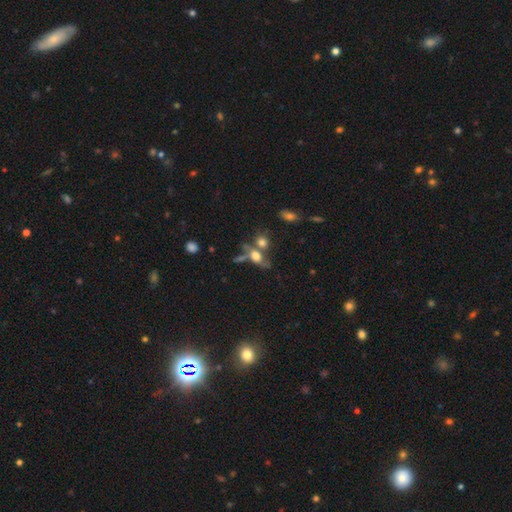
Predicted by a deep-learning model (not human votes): Smooth or featured?
  - smooth: 50% *
  - featured or disk: 35%
  - star or artifact: 14%
How rounded?
  - in between: 56% *
  - round: 27%
  - cigar-shaped: 17%
Merging?
  - merger: 40% *
  - none: 36%
  - minor disturbance: 13%
  - major disturbance: 12%